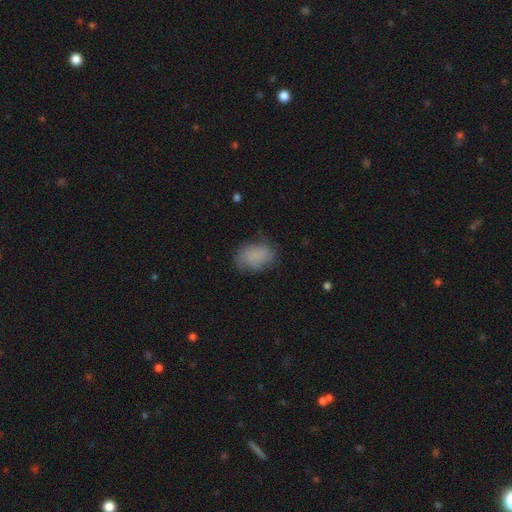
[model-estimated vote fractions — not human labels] smooth-or-featured: smooth: 76% | featured or disk: 14% | star or artifact: 10%
  how-rounded: in between: 81% | round: 17% | cigar-shaped: 1%
  merging: none: 62% | minor disturbance: 26% | major disturbance: 10% | merger: 2%